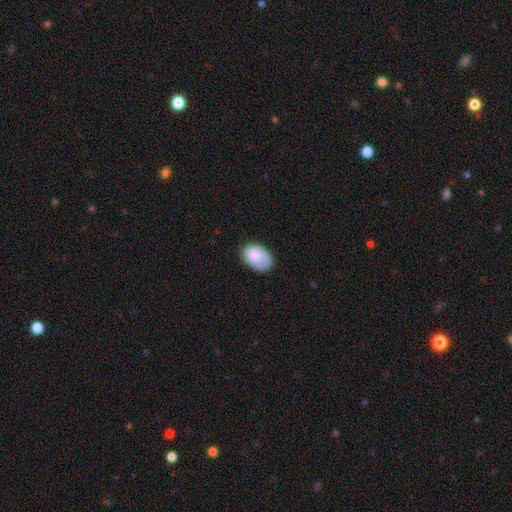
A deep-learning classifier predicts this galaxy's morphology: smooth 85%, featured or disk 8%, star or artifact 6%. Down the decision tree: how rounded — in between (86%); merging — none (71%).